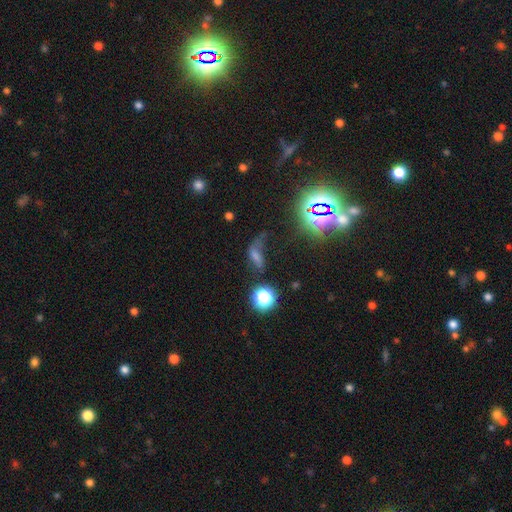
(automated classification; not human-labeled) smooth 39%, star or artifact 35%, featured or disk 27%. Down the decision tree: merging — major disturbance (36%).